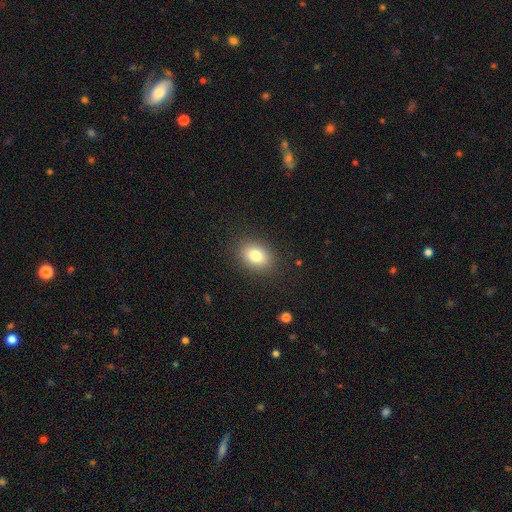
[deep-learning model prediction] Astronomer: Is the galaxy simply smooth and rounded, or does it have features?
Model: smooth — 81%.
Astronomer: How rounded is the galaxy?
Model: in between — 71%.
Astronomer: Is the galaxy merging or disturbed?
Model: none — 87%.